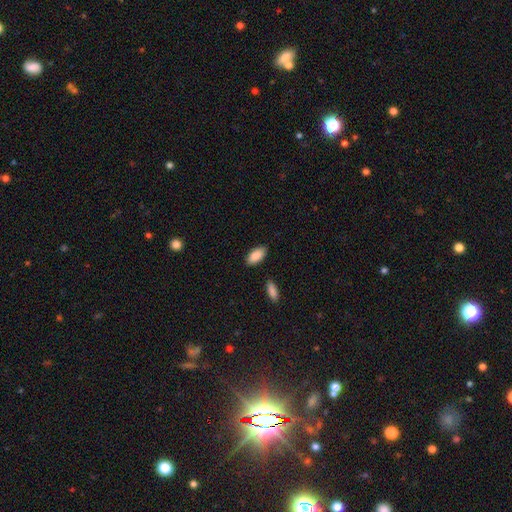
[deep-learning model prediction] This appears to be a smooth galaxy with no disk features (89%) that is in between round and cigar-shaped (91%). Merging: none (84%).